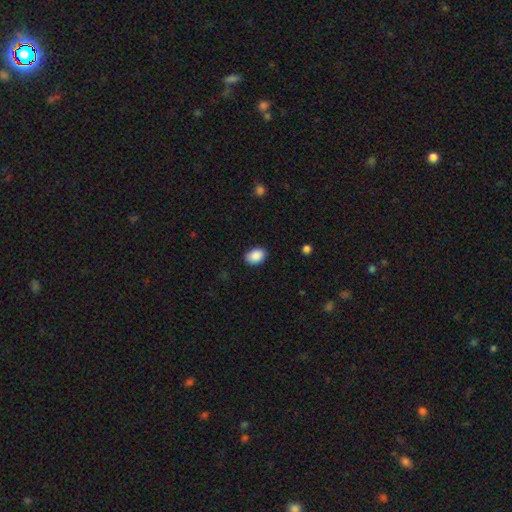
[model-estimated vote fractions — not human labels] Smooth or featured? smooth (90%)
How rounded? in between (80%)
Merging? none (88%)